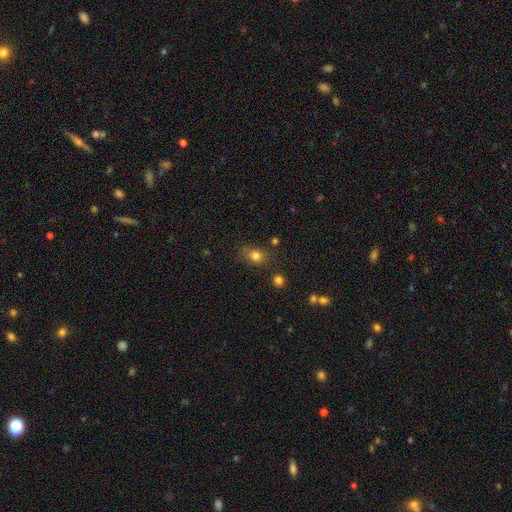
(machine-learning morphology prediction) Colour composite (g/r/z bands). It shows a smooth galaxy with no disk features (80%) that is in between round and cigar-shaped (52%). Merging: none (70%).